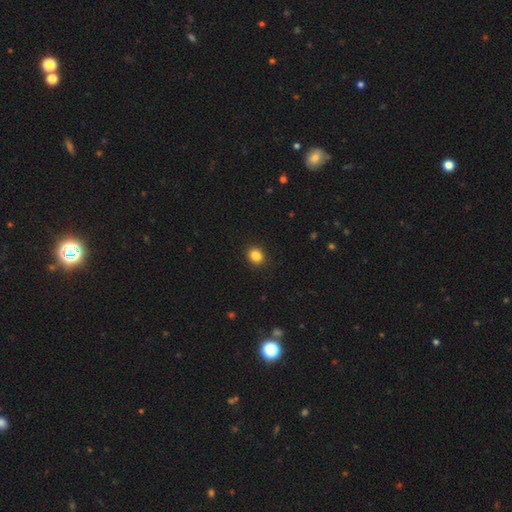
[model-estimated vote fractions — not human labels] This appears to be a smooth galaxy with no disk features (85%) that is round (68%). Merging: none (91%).